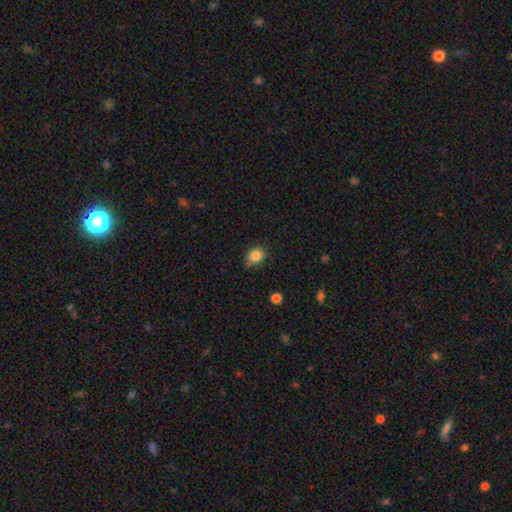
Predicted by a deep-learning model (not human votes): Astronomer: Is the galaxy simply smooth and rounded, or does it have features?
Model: smooth — 85%.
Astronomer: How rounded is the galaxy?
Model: round — 51% (runner-up: in between, 48%).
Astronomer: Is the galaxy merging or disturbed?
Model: none — 69%.